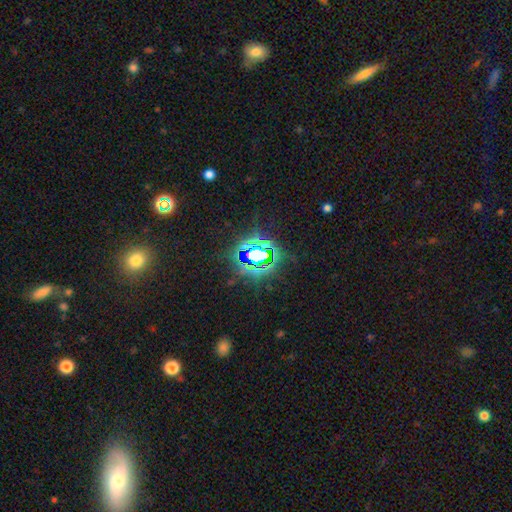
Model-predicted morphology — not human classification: Overall: star or artifact (78%).